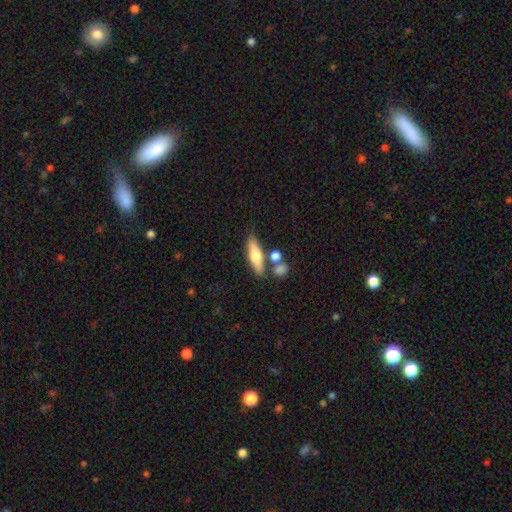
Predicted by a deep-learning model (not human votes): Smooth or featured: smooth — 62% (featured or disk — 32%)
How rounded: cigar-shaped — 55% (in between — 40%)
Merging: none — 69% (merger — 16%)